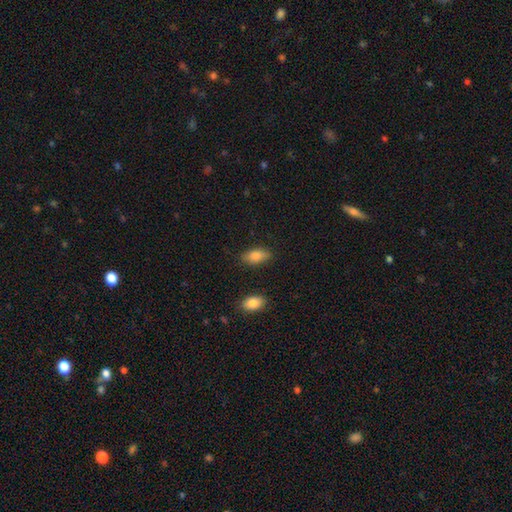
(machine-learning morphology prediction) Smooth or featured? Predicted: smooth (p=0.84). How rounded? Predicted: in between (p=0.90). Merging? Predicted: none (p=0.82).